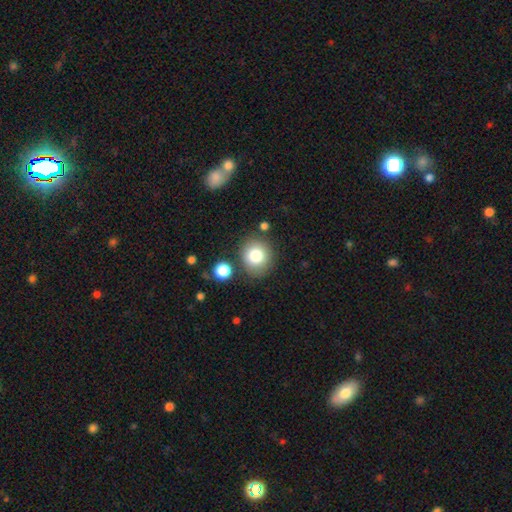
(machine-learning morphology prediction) The model was most divided on "how rounded": round: 82%, in between: 17%, cigar-shaped: 1%. More confident: smooth or featured — smooth (81%); merging — none (80%).